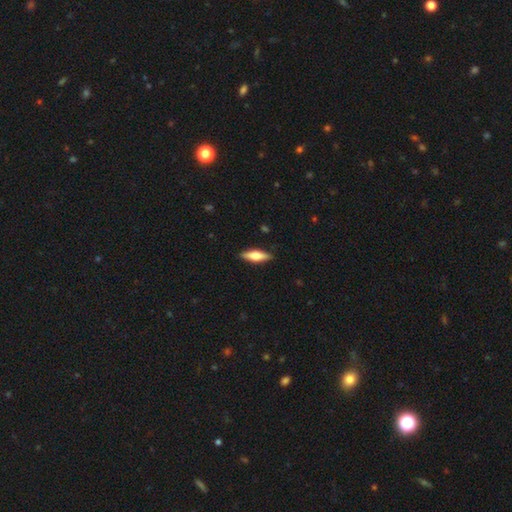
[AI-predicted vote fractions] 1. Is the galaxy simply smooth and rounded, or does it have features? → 54% smooth, 40% featured or disk, 6% star or artifact.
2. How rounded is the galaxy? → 54% cigar-shaped, 44% in between, 2% round.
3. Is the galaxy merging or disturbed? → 88% none, 9% minor disturbance, 2% major disturbance, 1% merger.